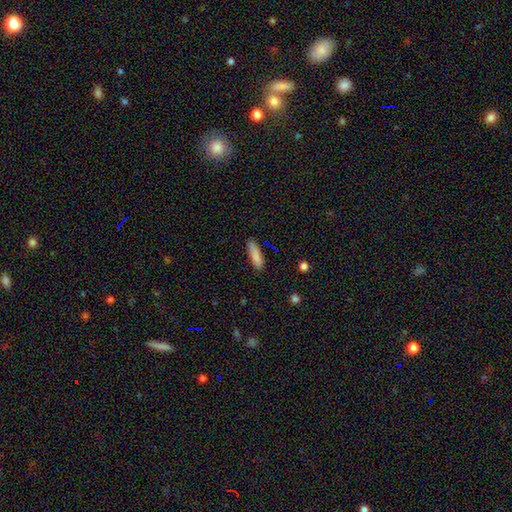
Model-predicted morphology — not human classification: This is clearly a smooth galaxy (86%). How rounded: likely cigar-shaped (60%). Merging: clearly none (83%).